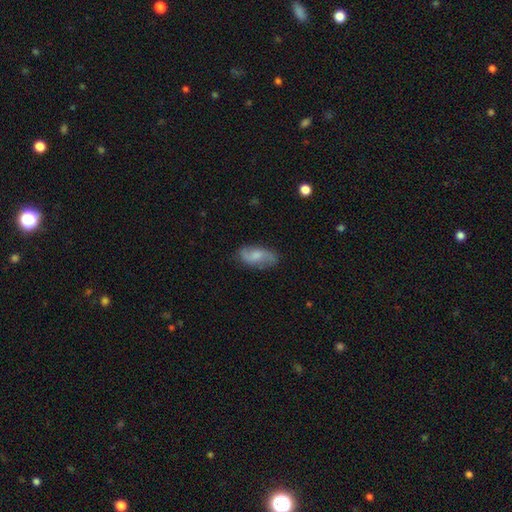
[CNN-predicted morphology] This appears to be a featured or disk galaxy (52%). Merging: none (75%).